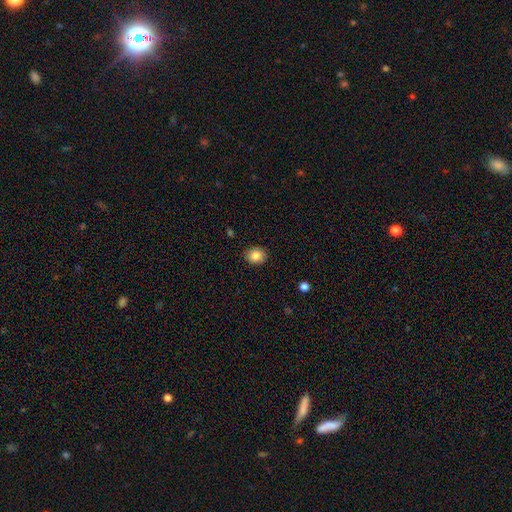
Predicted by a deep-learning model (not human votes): A smooth galaxy with no disk features (85%) that is round (58%).

Vote fractions:
- Smooth or featured? smooth: 85% / star or artifact: 9% / featured or disk: 6%
- How rounded? round: 58% / in between: 41% / cigar-shaped: 1%
- Merging? none: 89% / minor disturbance: 8% / major disturbance: 2% / merger: 1%